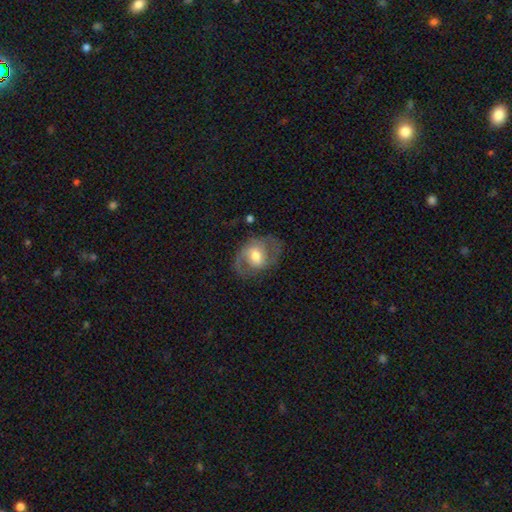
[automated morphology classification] smooth_or_featured: featured or disk (p=0.70) [alt: smooth p=0.23]
disk_edge_on: no (p=0.96) [alt: yes p=0.04]
bar: weak (p=0.43) [alt: no p=0.41]
has_spiral_arms: yes (p=0.84) [alt: no p=0.16]
spiral_winding: medium (p=0.51) [alt: loose p=0.27]
spiral_arm_count: 2 (p=0.80) [alt: can't tell p=0.08]
bulge_size: moderate (p=0.67) [alt: small p=0.17]
merging: none (p=0.65) [alt: minor disturbance p=0.19]